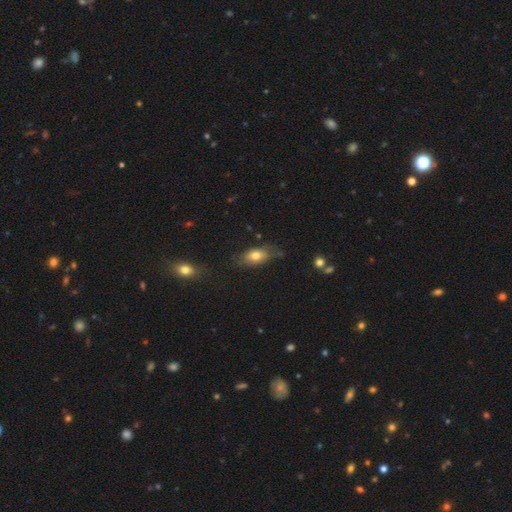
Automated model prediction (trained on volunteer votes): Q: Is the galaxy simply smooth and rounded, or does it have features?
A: smooth — 72%.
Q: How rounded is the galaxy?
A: in between — 87%.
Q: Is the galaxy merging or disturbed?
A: none — 65%.